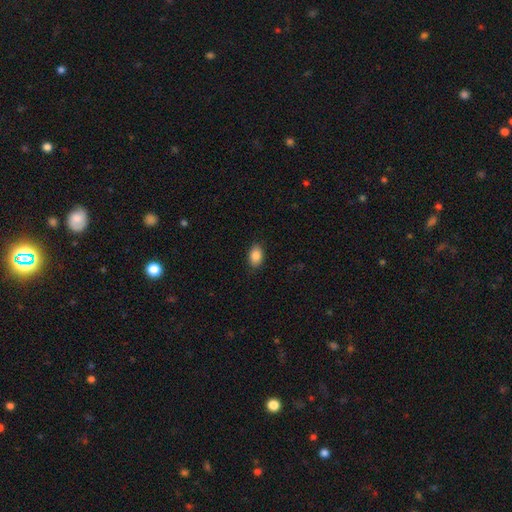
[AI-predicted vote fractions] This appears to be a smooth galaxy with no disk features (88%) that is in between round and cigar-shaped (87%). Merging: none (87%).